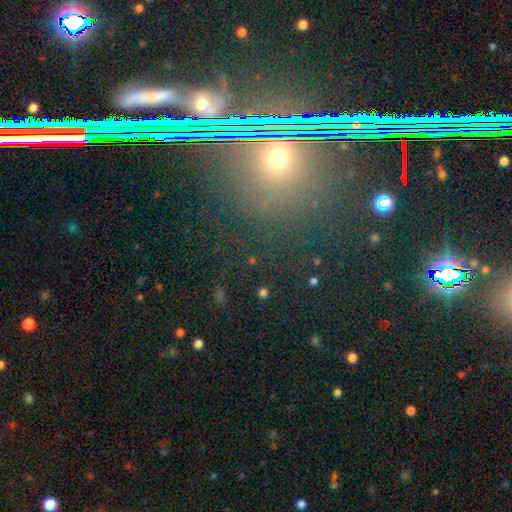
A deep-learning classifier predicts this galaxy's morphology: This appears to be a star or artifact, not a galaxy (68%).